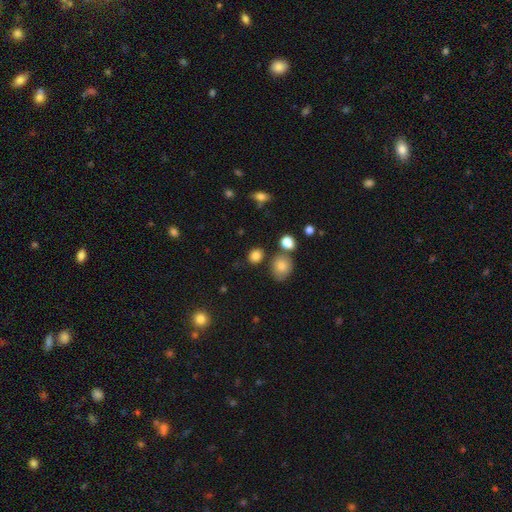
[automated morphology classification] Smooth or featured? Predicted: smooth (p=0.83). How rounded? Predicted: round (p=0.68). Merging? Predicted: none (p=0.79).